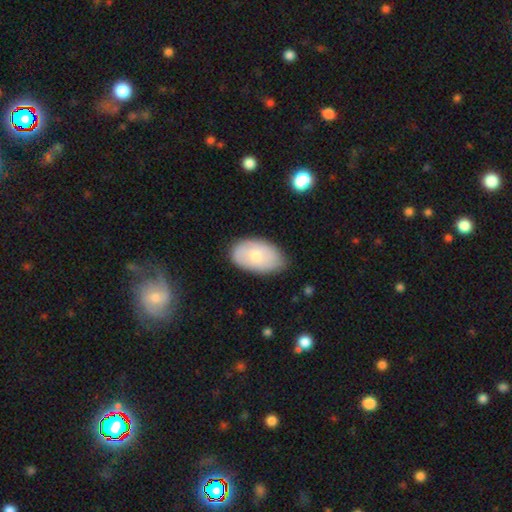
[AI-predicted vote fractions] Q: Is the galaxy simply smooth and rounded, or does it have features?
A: smooth — 68%.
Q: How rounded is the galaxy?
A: in between — 93%.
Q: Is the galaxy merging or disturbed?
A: none — 77%.